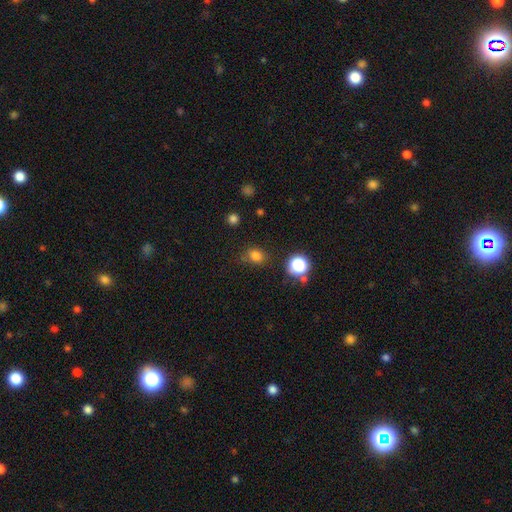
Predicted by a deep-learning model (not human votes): Q: Smooth or featured?
A: smooth (78%); runner-up: star or artifact (17%)
Q: How rounded?
A: round (57%); runner-up: in between (42%)
Q: Merging?
A: none (74%); runner-up: minor disturbance (17%)